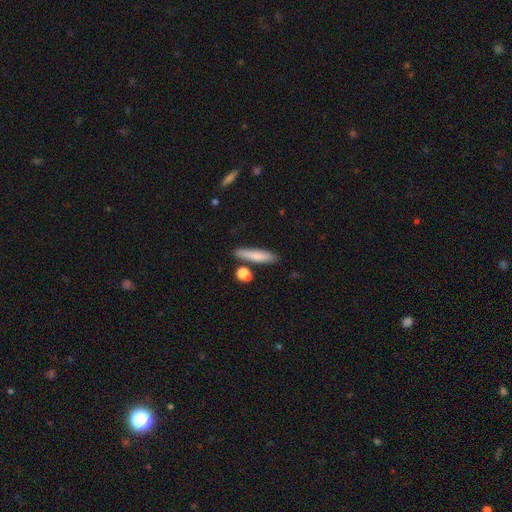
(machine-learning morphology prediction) Overall: smooth (79%). How rounded: cigar-shaped (80%). Merging: none (80%).